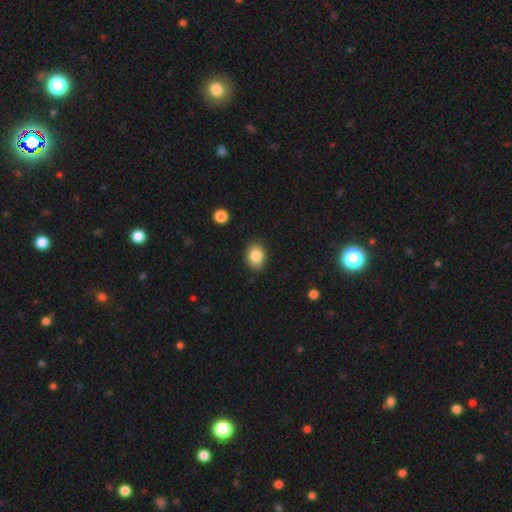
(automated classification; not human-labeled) smooth_or_featured: smooth (p=0.84) [alt: star or artifact p=0.09]
how_rounded: in between (p=0.65) [alt: round p=0.34]
merging: none (p=0.79) [alt: minor disturbance p=0.16]